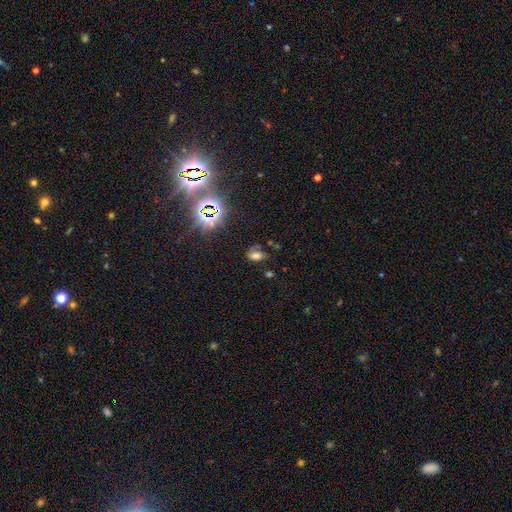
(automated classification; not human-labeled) smooth_or_featured: smooth (p=0.51) [alt: star or artifact p=0.30]
how_rounded: in between (p=0.85) [alt: round p=0.12]
merging: none (p=0.52) [alt: minor disturbance p=0.22]